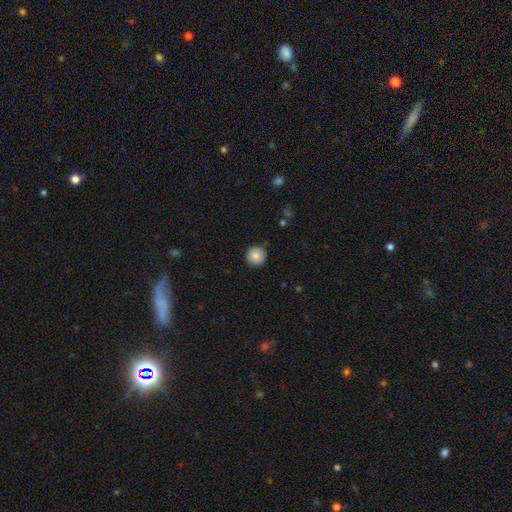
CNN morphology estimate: This is clearly a smooth galaxy (87%). How rounded: clearly round (95%). Merging: clearly none (90%).